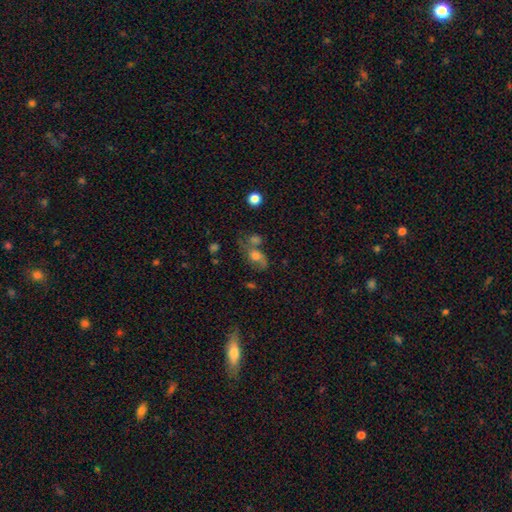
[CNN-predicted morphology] Smooth or featured? smooth (52%)
How rounded? in between (67%)
Merging? merger (35%)